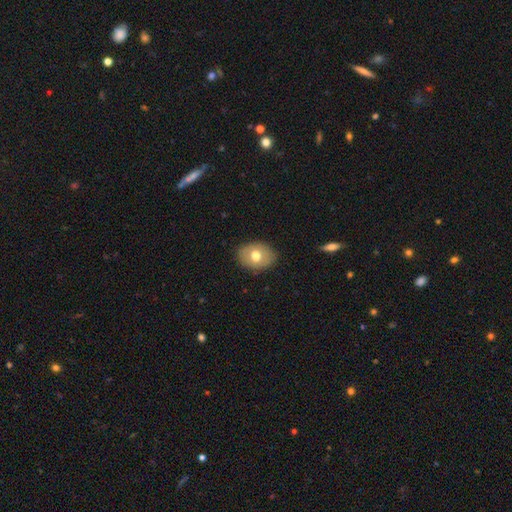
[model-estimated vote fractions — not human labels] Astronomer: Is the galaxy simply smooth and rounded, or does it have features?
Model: smooth — 68%.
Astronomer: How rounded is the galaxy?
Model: in between — 68%.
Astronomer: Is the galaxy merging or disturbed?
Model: none — 86%.